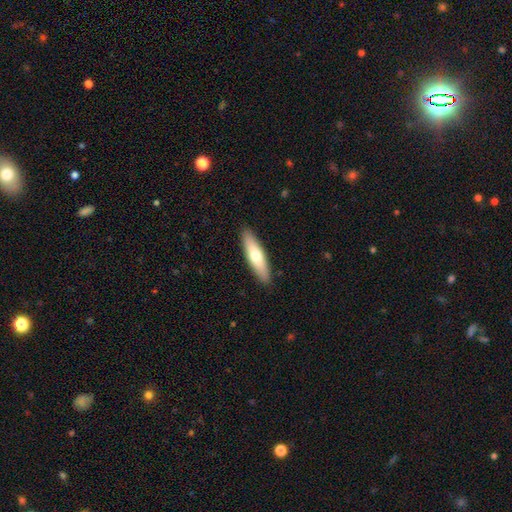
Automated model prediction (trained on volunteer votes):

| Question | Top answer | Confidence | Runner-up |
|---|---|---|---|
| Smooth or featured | smooth | 64% | featured or disk (31%) |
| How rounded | cigar-shaped | 71% | in between (27%) |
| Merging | none | 90% | minor disturbance (7%) |